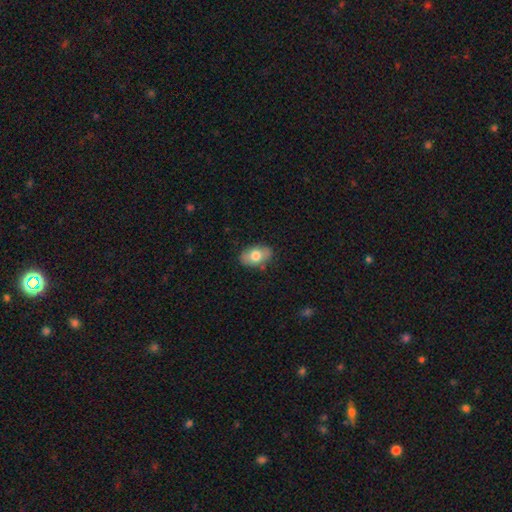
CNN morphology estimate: This appears to be a smooth galaxy with no disk features (73%) that is in between round and cigar-shaped (89%). Merging: none (81%).